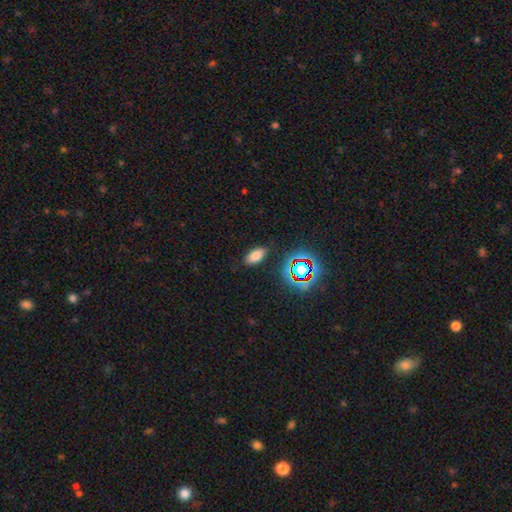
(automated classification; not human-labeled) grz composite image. It shows a smooth galaxy with no disk features (73%) that is in between round and cigar-shaped (90%). Merging: none (85%).